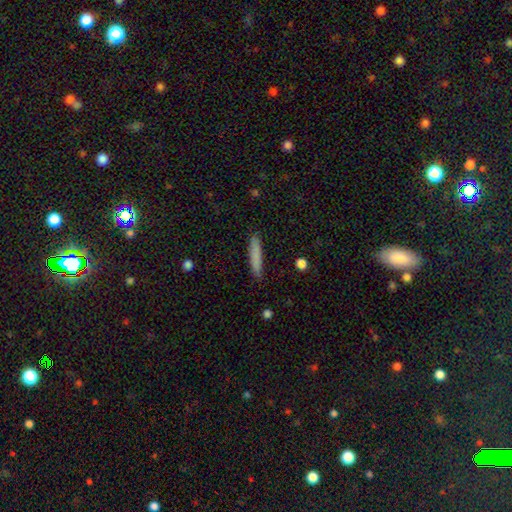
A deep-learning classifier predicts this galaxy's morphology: This appears to be a smooth galaxy with no disk features (83%) that is cigar-shaped (91%). Merging: none (87%).